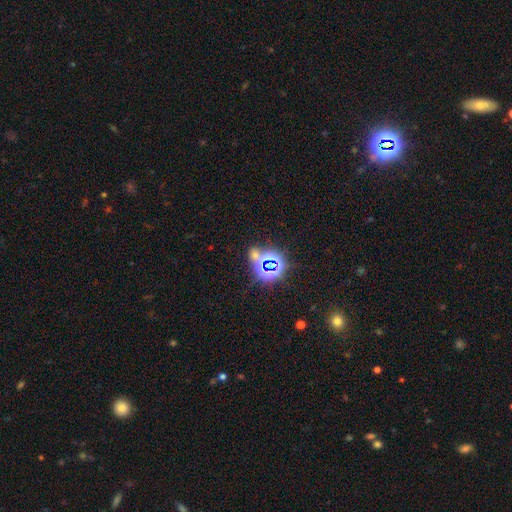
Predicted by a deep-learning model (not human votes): star or artifact 67%, smooth 25%, featured or disk 8%.